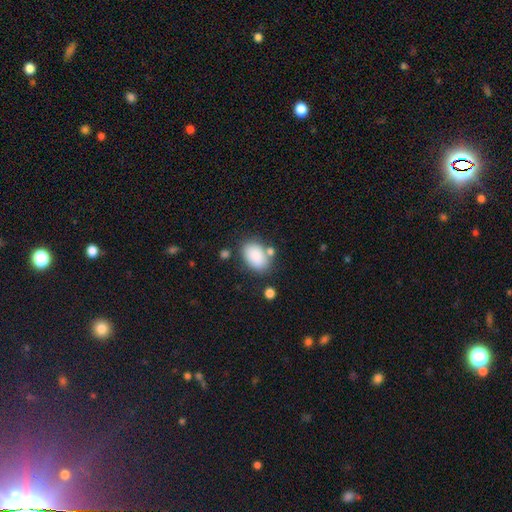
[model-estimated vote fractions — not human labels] smooth_or_featured: smooth (p=0.87) [alt: star or artifact p=0.07]
how_rounded: in between (p=0.85) [alt: round p=0.14]
merging: none (p=0.70) [alt: minor disturbance p=0.15]